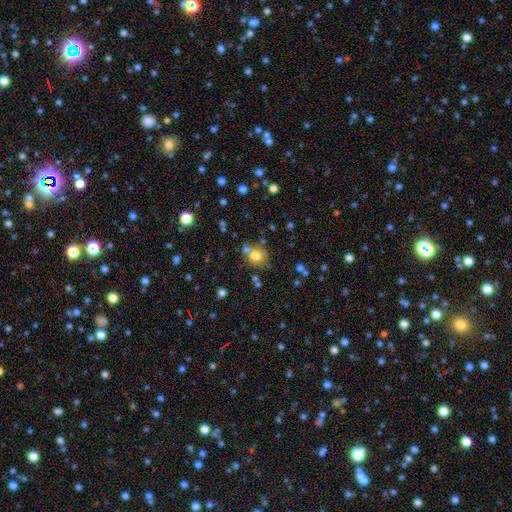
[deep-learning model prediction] smooth_or_featured: smooth (p=0.75) [alt: star or artifact p=0.14]
how_rounded: round (p=0.84) [alt: in between p=0.15]
merging: none (p=0.64) [alt: merger p=0.20]